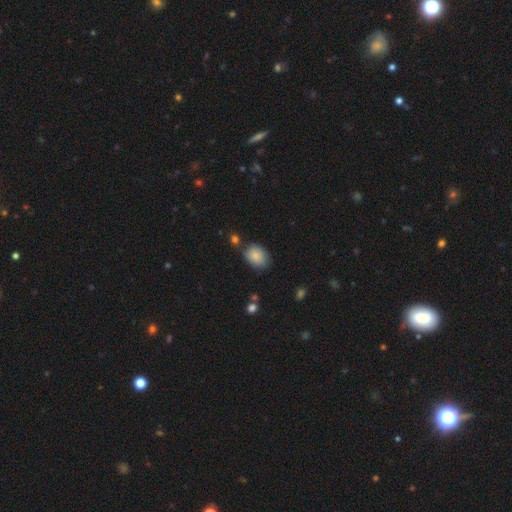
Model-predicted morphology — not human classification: Smooth or featured? Predicted: smooth (p=0.85). How rounded? Predicted: in between (p=0.70). Merging? Predicted: none (p=0.70).